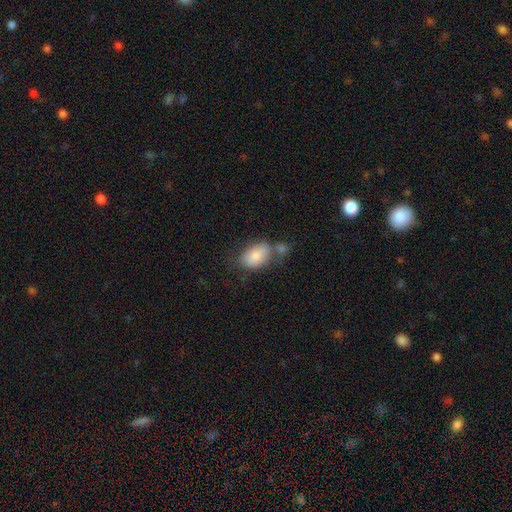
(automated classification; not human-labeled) Morphology: type=smooth (81%); roundness=in between (89%); merging=none (46%).